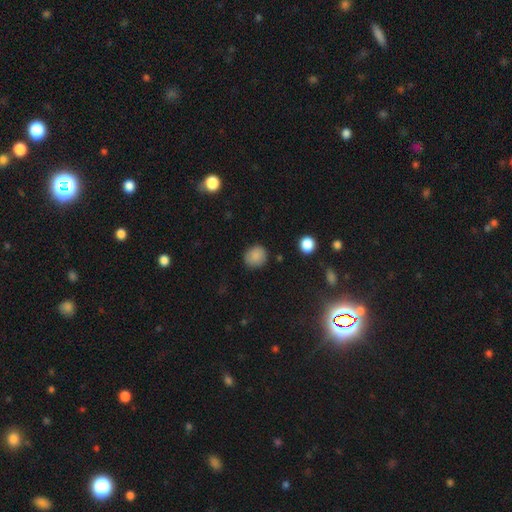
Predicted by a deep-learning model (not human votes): Smooth or featured?
  - smooth: 86% *
  - star or artifact: 10%
  - featured or disk: 4%
How rounded?
  - round: 84% *
  - in between: 15%
  - cigar-shaped: 1%
Merging?
  - none: 85% *
  - minor disturbance: 11%
  - major disturbance: 3%
  - merger: 2%